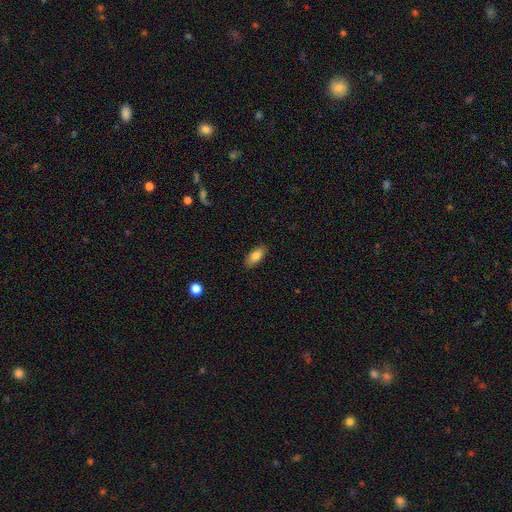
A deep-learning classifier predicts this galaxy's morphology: The model was most divided on "smooth or featured": smooth: 83%, featured or disk: 10%, star or artifact: 7%. More confident: merging — none (87%); how rounded — in between (86%).